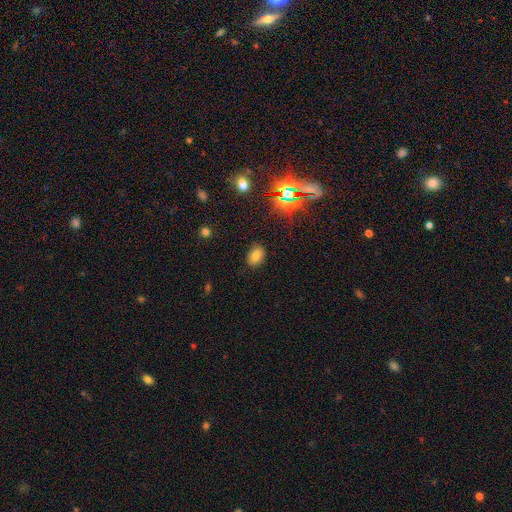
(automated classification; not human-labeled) Smooth or featured? Predicted: smooth (p=0.74). How rounded? Predicted: in between (p=0.83). Merging? Predicted: none (p=0.86).